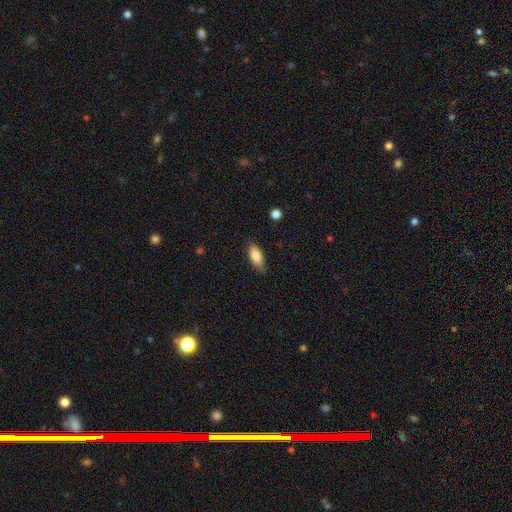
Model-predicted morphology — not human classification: A smooth galaxy with no disk features (82%) that is in between round and cigar-shaped (74%). Merging: none (82%).